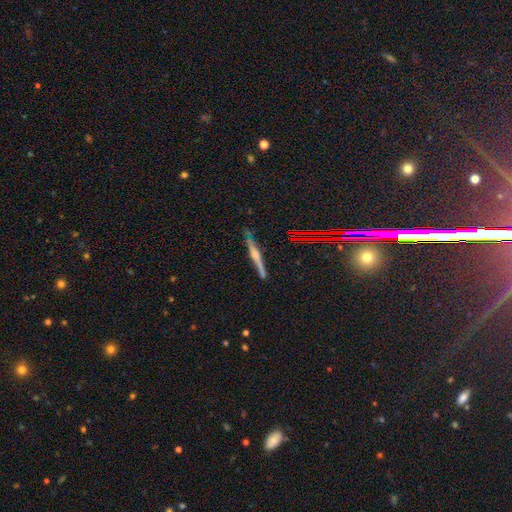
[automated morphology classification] This appears to be a featured or disk galaxy (62%) viewed edge-on (95%) with a rounded central bulge (68%). Merging: none (79%).